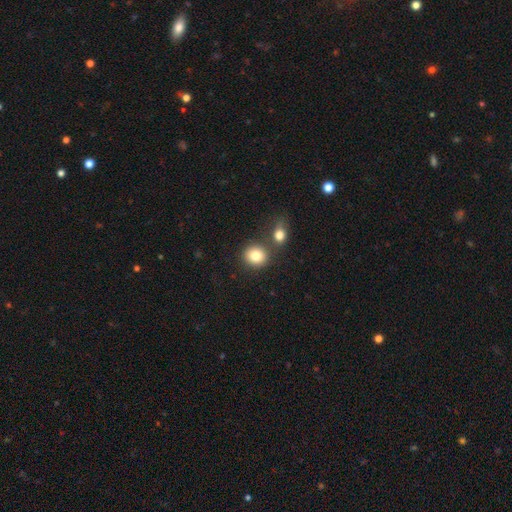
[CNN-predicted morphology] smooth_or_featured: smooth (p=0.82) [alt: star or artifact p=0.10]
how_rounded: round (p=0.81) [alt: in between p=0.18]
merging: none (p=0.69) [alt: merger p=0.19]